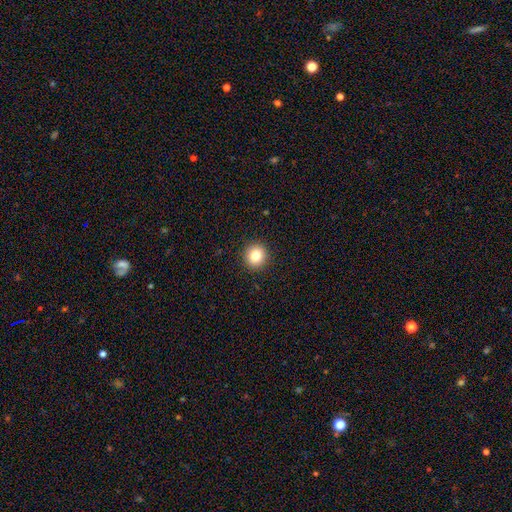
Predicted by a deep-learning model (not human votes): smooth_or_featured: smooth (p=0.82) [alt: star or artifact p=0.11]
how_rounded: round (p=0.92) [alt: in between p=0.07]
merging: none (p=0.92) [alt: minor disturbance p=0.05]